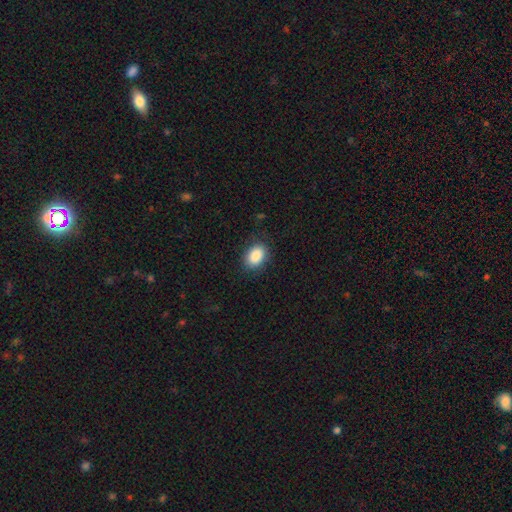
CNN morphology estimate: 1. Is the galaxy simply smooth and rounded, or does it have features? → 88% smooth, 8% star or artifact, 5% featured or disk.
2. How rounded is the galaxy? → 82% in between, 17% round, 1% cigar-shaped.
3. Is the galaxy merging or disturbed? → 85% none, 11% minor disturbance, 3% major disturbance, 1% merger.